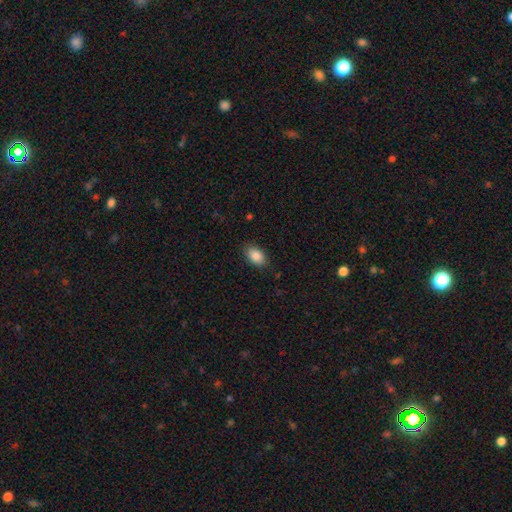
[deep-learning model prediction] This appears to be a smooth galaxy with no disk features (88%) that is in between round and cigar-shaped (89%). Merging: none (85%).